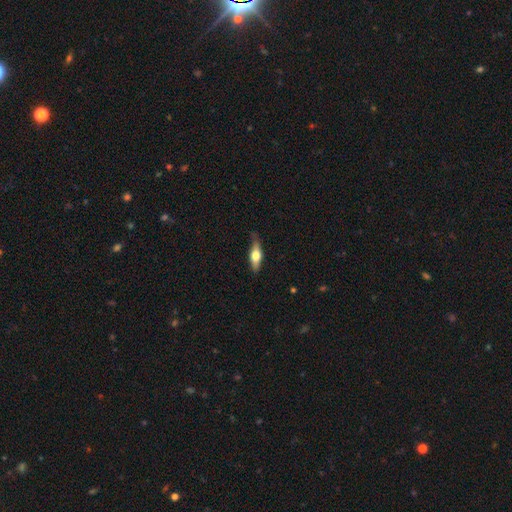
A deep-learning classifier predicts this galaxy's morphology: Q: Smooth or featured?
A: featured or disk (51%); runner-up: smooth (43%)
Q: Edge-on disk?
A: yes (90%); runner-up: no (10%)
Q: Merging?
A: none (72%); runner-up: minor disturbance (21%)